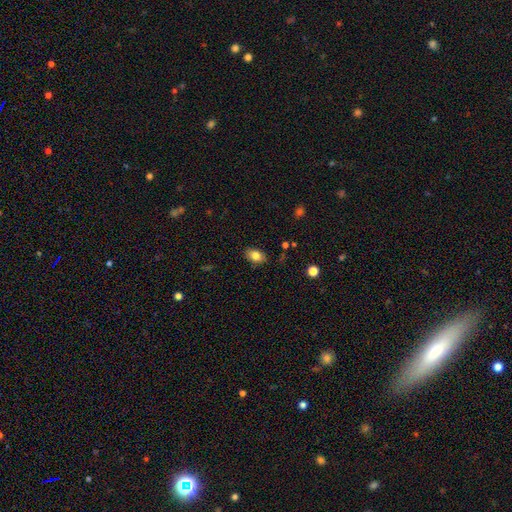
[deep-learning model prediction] Smooth or featured? smooth (82%)
How rounded? in between (83%)
Merging? none (83%)